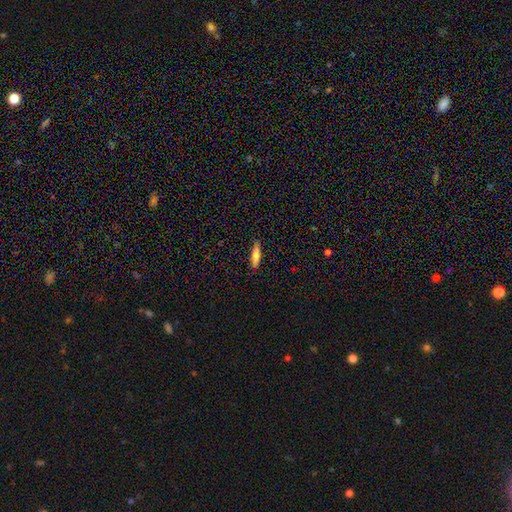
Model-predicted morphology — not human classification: Smooth or featured? smooth (63%)
How rounded? cigar-shaped (77%)
Merging? none (88%)